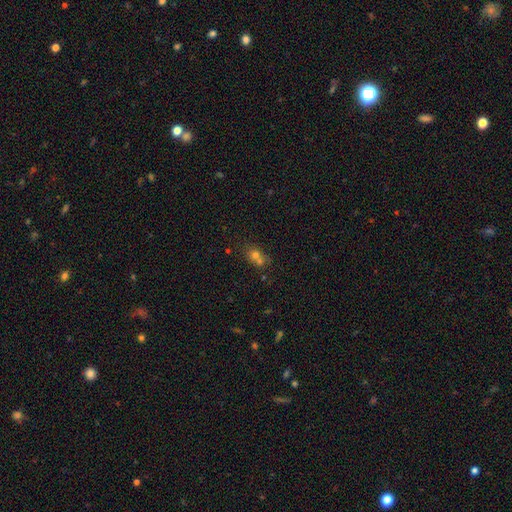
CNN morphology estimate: smooth-or-featured: smooth: 58% | star or artifact: 27% | featured or disk: 15%
  how-rounded: round: 70% | in between: 27% | cigar-shaped: 2%
  merging: merger: 45% | none: 42% | minor disturbance: 8% | major disturbance: 4%